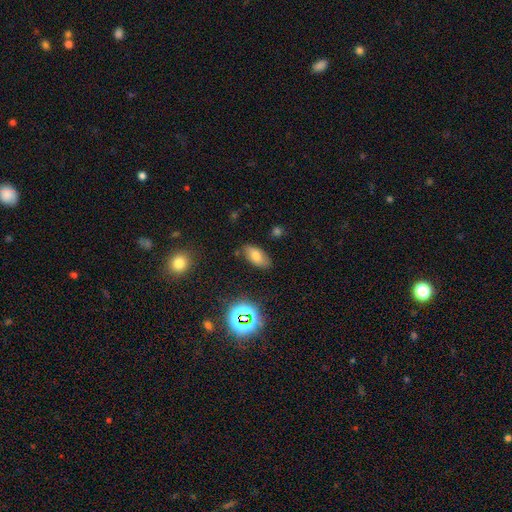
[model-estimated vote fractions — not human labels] This is likely a smooth galaxy (70%). How rounded: clearly in between (91%). Merging: likely none (79%).